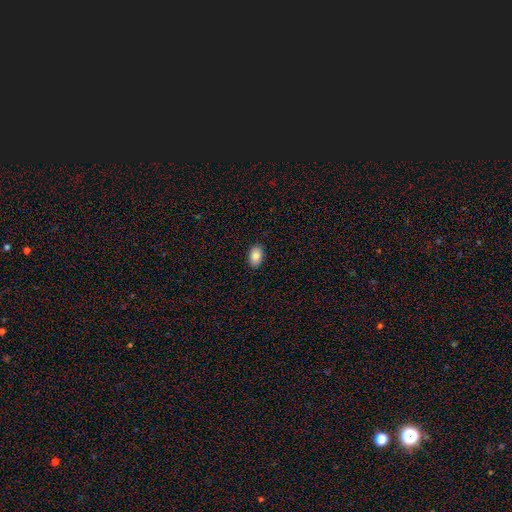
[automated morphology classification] smooth-or-featured: smooth: 85% | star or artifact: 8% | featured or disk: 7%
  how-rounded: in between: 89% | round: 9% | cigar-shaped: 1%
  merging: none: 89% | minor disturbance: 9% | major disturbance: 2% | merger: 1%